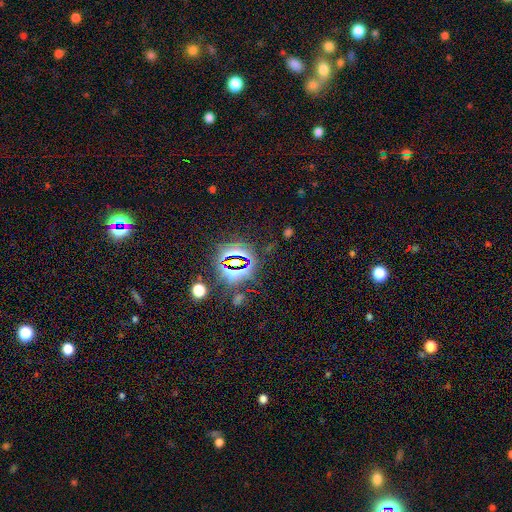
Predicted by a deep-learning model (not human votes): Smooth or featured? Predicted: star or artifact (p=0.79).